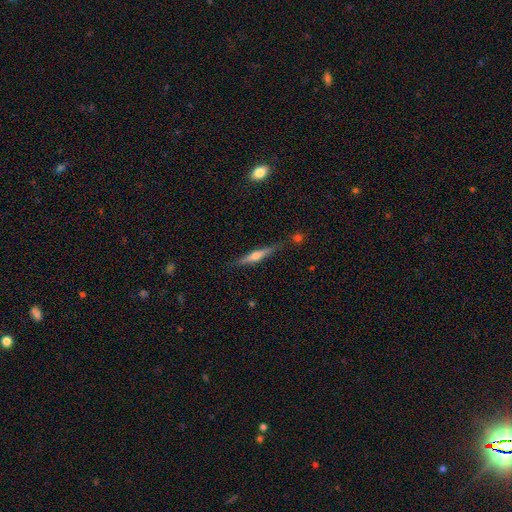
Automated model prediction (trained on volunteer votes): Smooth or featured?
  - featured or disk: 58% *
  - smooth: 36%
  - star or artifact: 7%
Edge-on disk?
  - yes: 95% *
  - no: 5%
Edge-on bulge?
  - rounded: 85% *
  - none: 9%
  - boxy: 6%
Merging?
  - none: 80% *
  - minor disturbance: 14%
  - merger: 3%
  - major disturbance: 3%